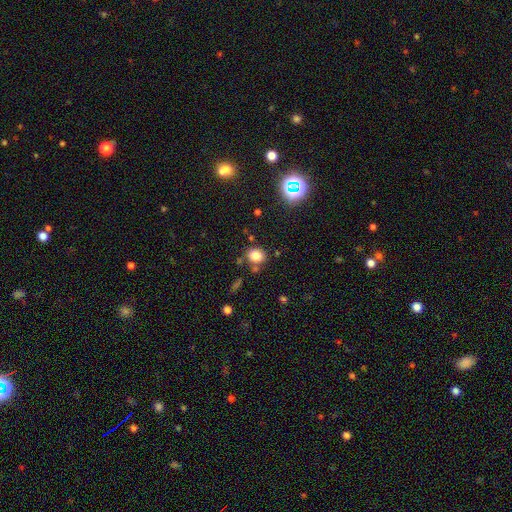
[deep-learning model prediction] This appears to be a smooth galaxy with no disk features (80%) that is round (67%). Merging: none (76%).